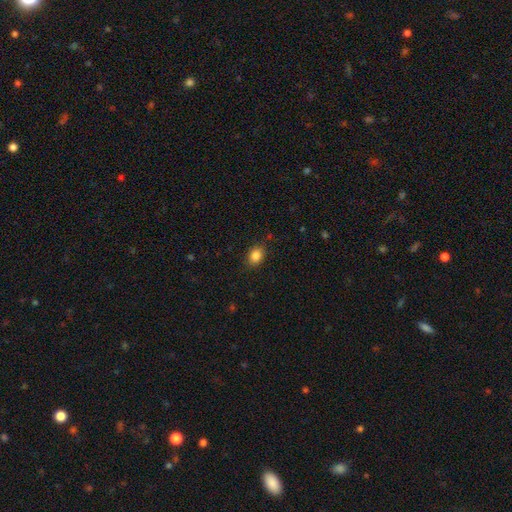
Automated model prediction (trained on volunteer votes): Q: Smooth or featured?
A: smooth (85%); runner-up: star or artifact (10%)
Q: How rounded?
A: in between (65%); runner-up: round (33%)
Q: Merging?
A: none (85%); runner-up: minor disturbance (11%)